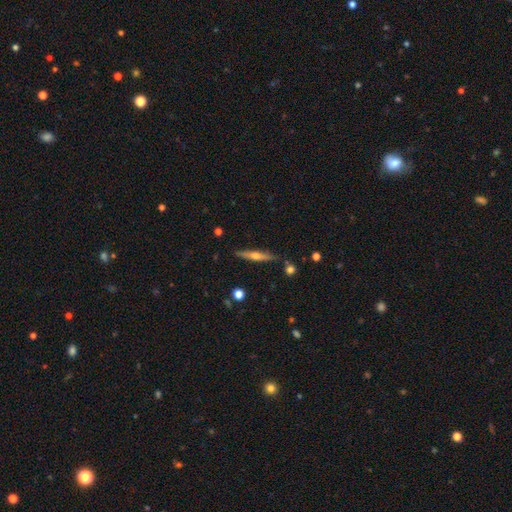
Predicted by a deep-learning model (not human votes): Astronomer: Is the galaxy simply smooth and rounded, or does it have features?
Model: featured or disk — 63%.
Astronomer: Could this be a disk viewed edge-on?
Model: yes — 97%.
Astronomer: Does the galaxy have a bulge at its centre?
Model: rounded — 86%.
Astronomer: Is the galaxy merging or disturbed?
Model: none — 86%.